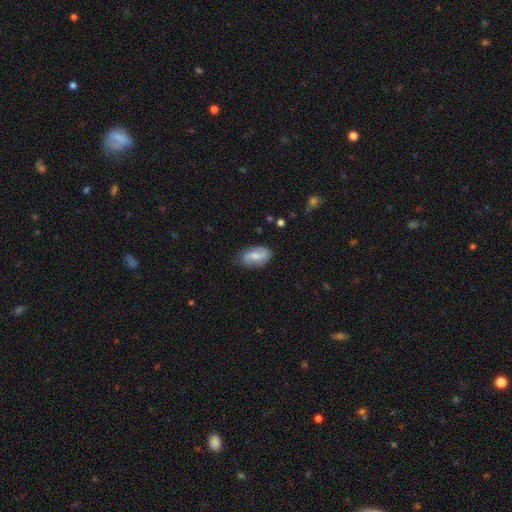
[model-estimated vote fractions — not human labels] A smooth galaxy with no disk features (48%).

Vote fractions:
- Smooth or featured? smooth: 48% / featured or disk: 45% / star or artifact: 7%
- Merging? none: 78% / minor disturbance: 17% / major disturbance: 4% / merger: 1%